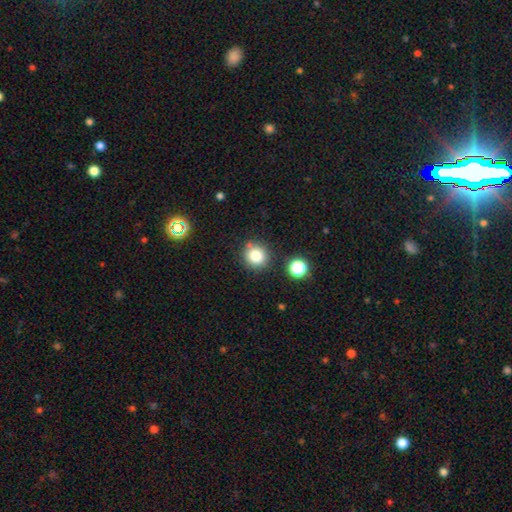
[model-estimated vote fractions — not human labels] Q: Smooth or featured?
A: smooth (80%); runner-up: star or artifact (13%)
Q: How rounded?
A: round (91%); runner-up: in between (8%)
Q: Merging?
A: none (83%); runner-up: minor disturbance (9%)